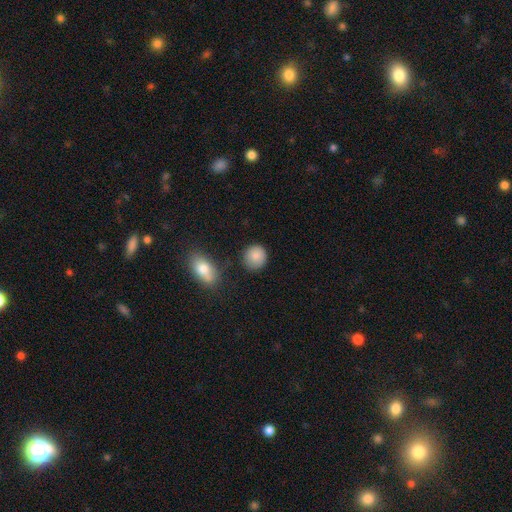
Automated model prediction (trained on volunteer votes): smooth-or-featured: smooth: 87% | star or artifact: 8% | featured or disk: 5%
  how-rounded: round: 85% | in between: 14% | cigar-shaped: 1%
  merging: none: 80% | minor disturbance: 13% | major disturbance: 3% | merger: 3%